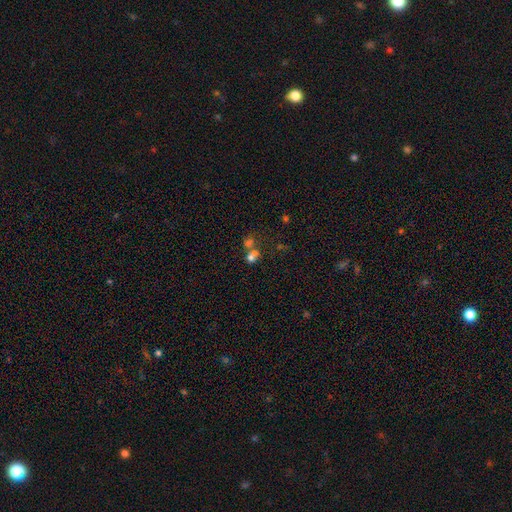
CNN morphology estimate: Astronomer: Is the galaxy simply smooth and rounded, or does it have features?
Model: star or artifact — 44% (runner-up: smooth, 40%).